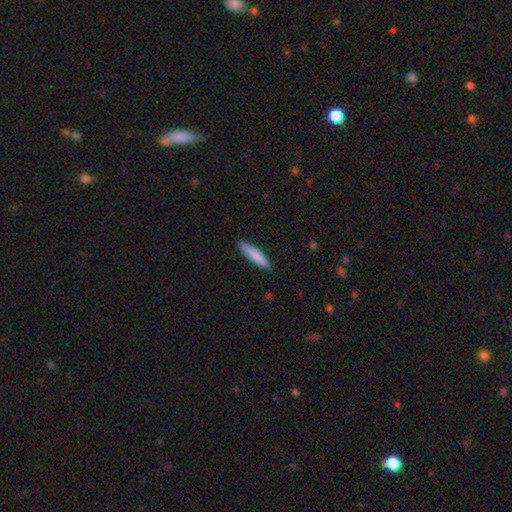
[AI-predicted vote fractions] Smooth or featured: smooth — 82% (featured or disk — 12%)
How rounded: cigar-shaped — 86% (in between — 13%)
Merging: none — 87% (minor disturbance — 10%)